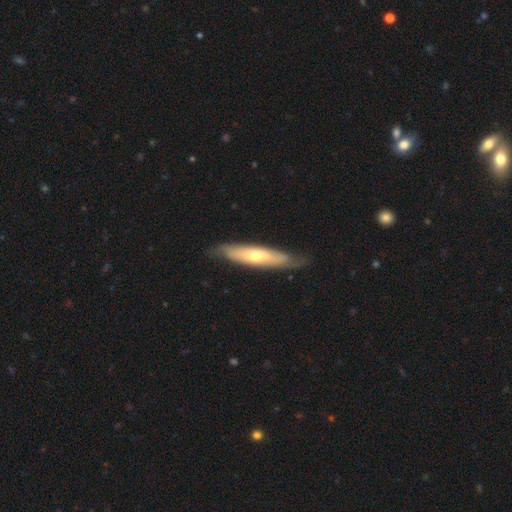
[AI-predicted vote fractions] Q: Smooth or featured?
A: featured or disk (51%); runner-up: smooth (43%)
Q: Edge-on disk?
A: yes (55%); runner-up: no (45%)
Q: Merging?
A: none (74%); runner-up: minor disturbance (20%)